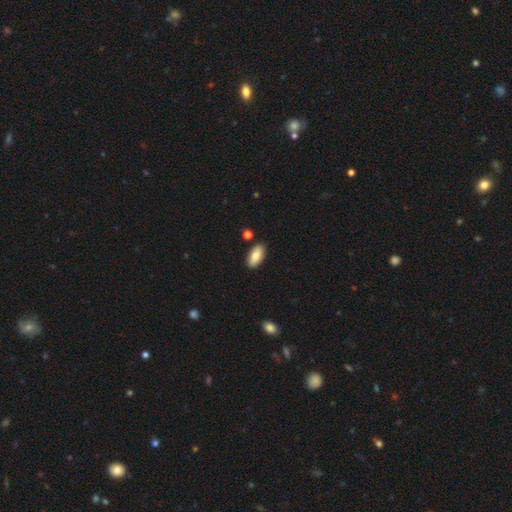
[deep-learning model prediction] Q: Smooth or featured?
A: smooth (82%); runner-up: featured or disk (12%)
Q: How rounded?
A: in between (91%); runner-up: cigar-shaped (7%)
Q: Merging?
A: none (87%); runner-up: minor disturbance (9%)